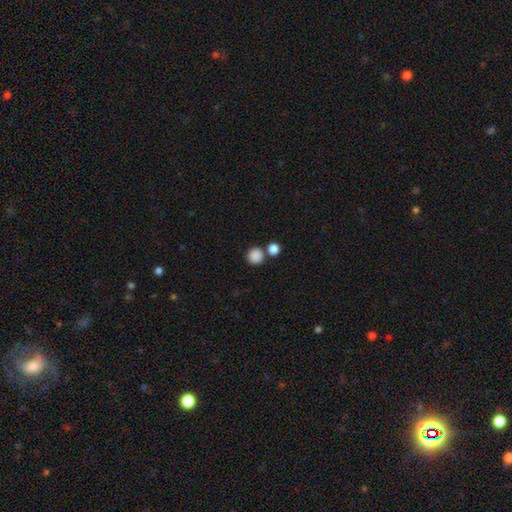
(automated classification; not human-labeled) smooth_or_featured: smooth (p=0.87) [alt: star or artifact p=0.10]
how_rounded: round (p=0.93) [alt: in between p=0.06]
merging: none (p=0.71) [alt: merger p=0.19]